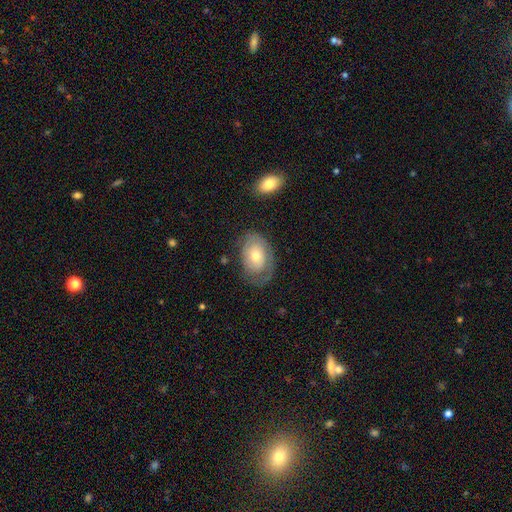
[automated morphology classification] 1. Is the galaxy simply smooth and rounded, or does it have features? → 47% featured or disk, 46% smooth, 7% star or artifact.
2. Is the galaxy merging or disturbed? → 62% none, 23% minor disturbance, 13% major disturbance, 2% merger.